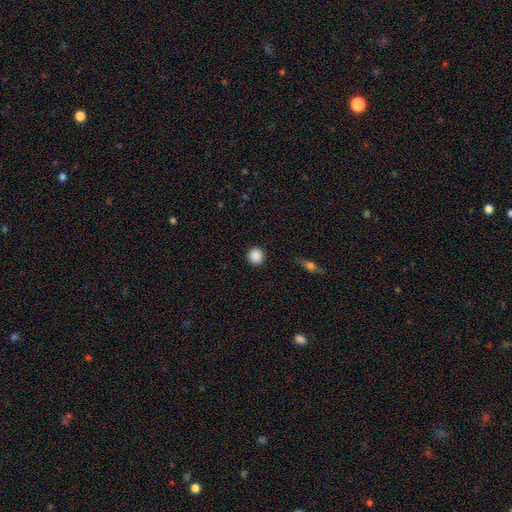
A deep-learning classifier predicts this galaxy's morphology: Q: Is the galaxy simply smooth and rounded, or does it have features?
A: smooth — 89%.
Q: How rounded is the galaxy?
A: round — 92%.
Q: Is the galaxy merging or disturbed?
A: none — 92%.